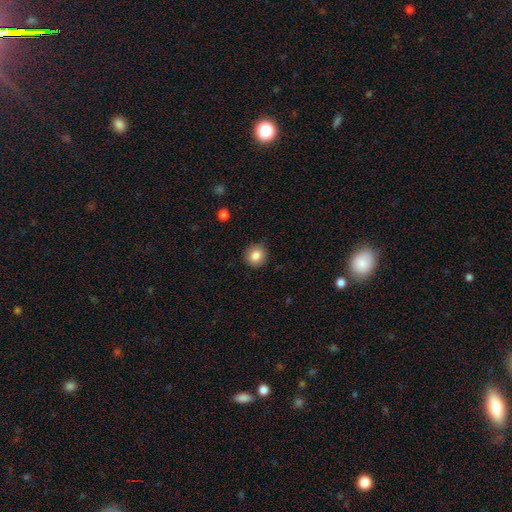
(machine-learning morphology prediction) smooth_or_featured: smooth (p=0.85) [alt: star or artifact p=0.09]
how_rounded: round (p=0.90) [alt: in between p=0.09]
merging: none (p=0.87) [alt: minor disturbance p=0.09]